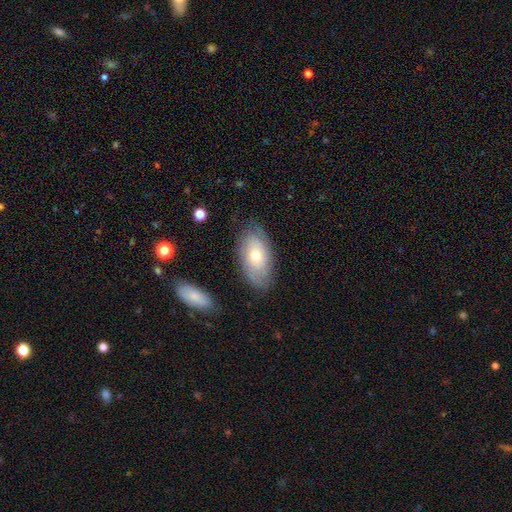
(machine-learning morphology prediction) Smooth or featured? Predicted: smooth (p=0.56). How rounded? Predicted: in between (p=0.92). Merging? Predicted: none (p=0.79).